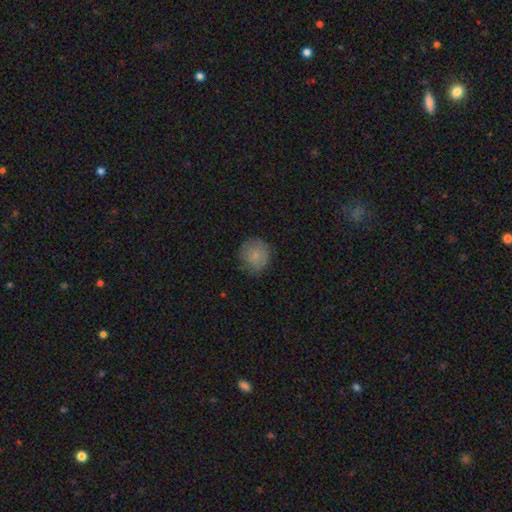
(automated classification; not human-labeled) Smooth or featured? smooth (80%)
How rounded? round (87%)
Merging? none (77%)